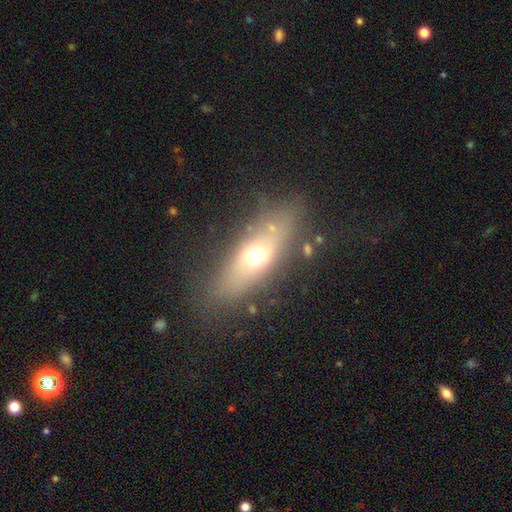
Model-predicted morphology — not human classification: This is possibly a smooth galaxy (55%). How rounded: possibly in between (54%). Merging: likely none (76%).